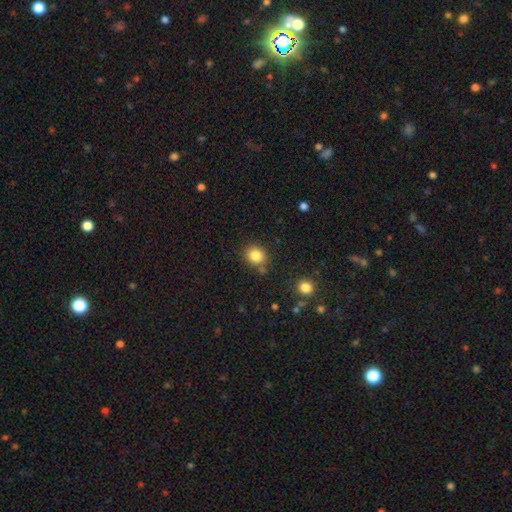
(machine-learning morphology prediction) This is clearly a smooth galaxy (84%). How rounded: likely round (75%). Merging: likely none (78%).